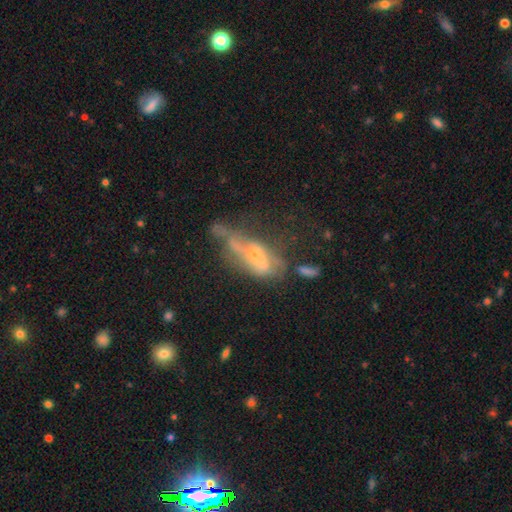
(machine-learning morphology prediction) This is possibly a featured or disk galaxy (58%). It is likely not viewed edge-on (68%). Merging: marginally major disturbance (35%).